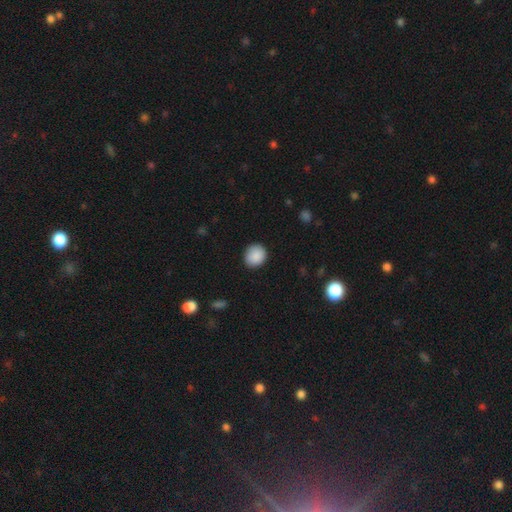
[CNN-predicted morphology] Overall: smooth (89%). How rounded: round (81%). Merging: none (88%).